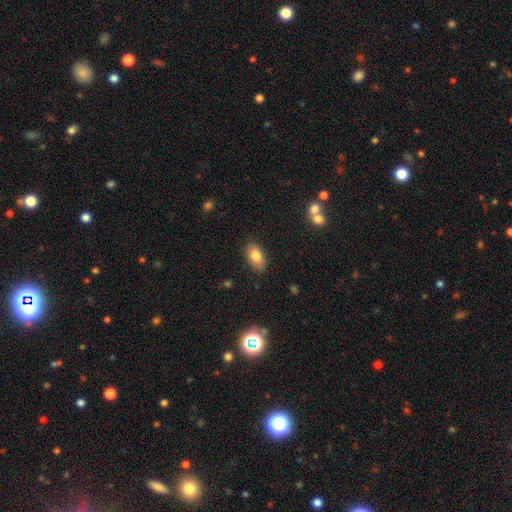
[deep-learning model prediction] Smooth or featured? smooth (82%)
How rounded? in between (92%)
Merging? none (85%)